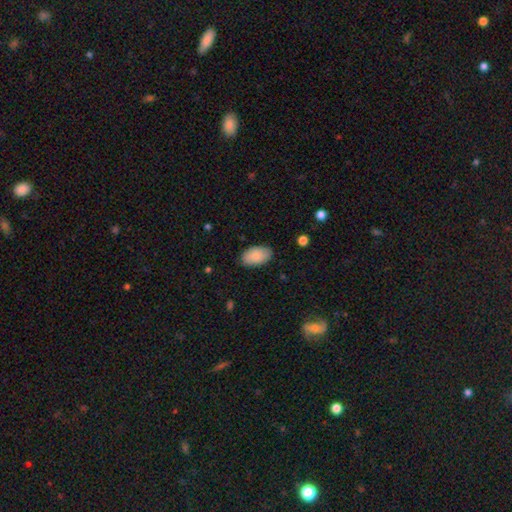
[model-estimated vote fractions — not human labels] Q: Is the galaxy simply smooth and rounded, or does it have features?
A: smooth — 88%.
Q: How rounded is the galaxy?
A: in between — 95%.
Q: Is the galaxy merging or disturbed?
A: none — 85%.